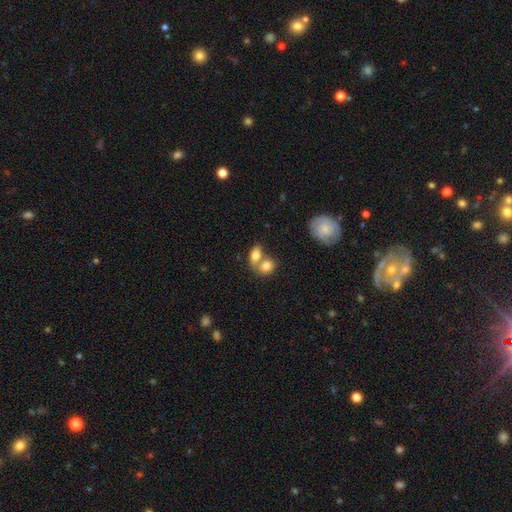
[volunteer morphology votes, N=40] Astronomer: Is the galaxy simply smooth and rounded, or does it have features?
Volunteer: smooth — 78%.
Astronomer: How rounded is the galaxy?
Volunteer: in between — 81%.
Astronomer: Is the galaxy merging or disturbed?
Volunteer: merger — 78%.